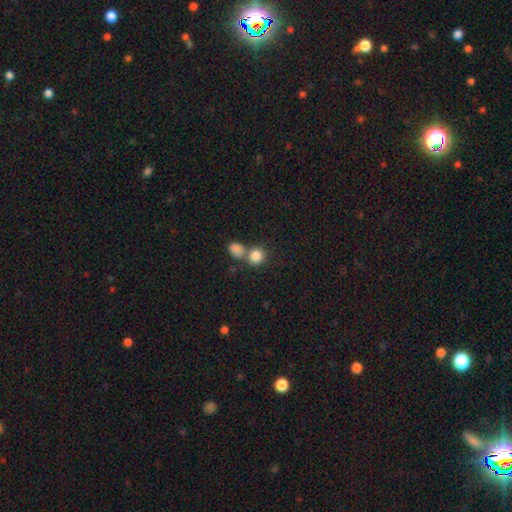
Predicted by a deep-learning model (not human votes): smooth-or-featured: smooth: 84% | star or artifact: 10% | featured or disk: 6%
  how-rounded: round: 81% | in between: 18% | cigar-shaped: 1%
  merging: none: 49% | merger: 40% | minor disturbance: 8% | major disturbance: 4%